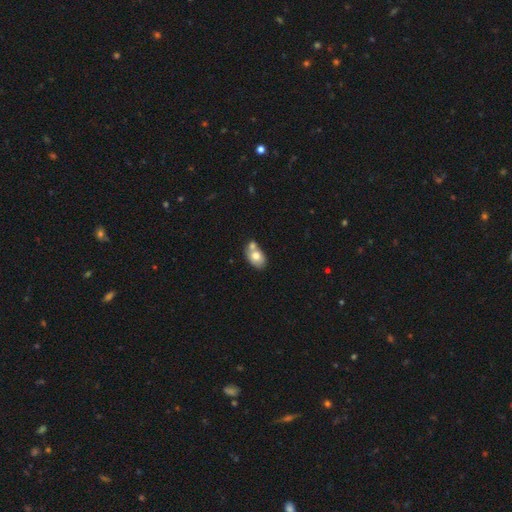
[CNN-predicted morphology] The model was most divided on "merging": merger: 47%, none: 35%, minor disturbance: 13%, major disturbance: 4%. More confident: how rounded — in between (80%); smooth or featured — smooth (71%).